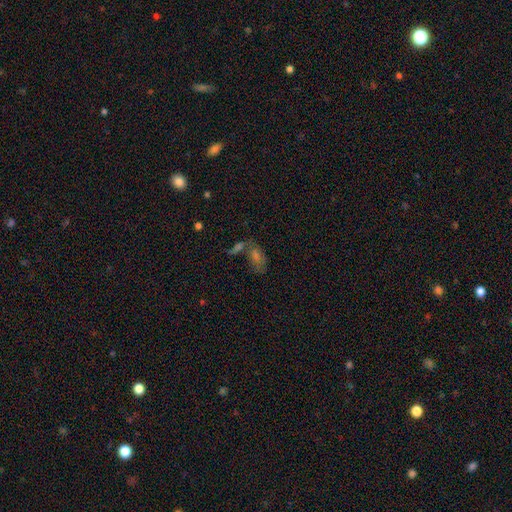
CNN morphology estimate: This appears to be a smooth galaxy with no disk features (48%). Merging: none (45%).